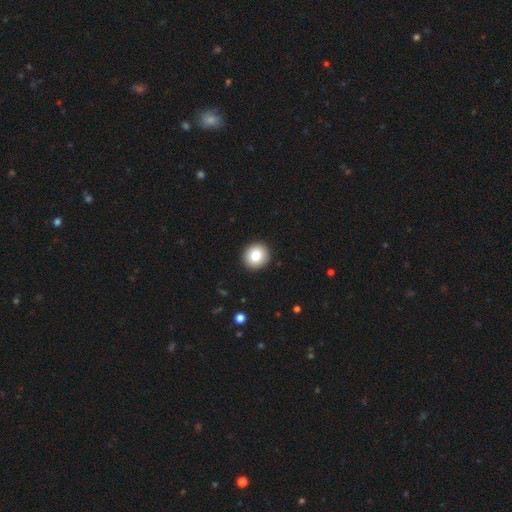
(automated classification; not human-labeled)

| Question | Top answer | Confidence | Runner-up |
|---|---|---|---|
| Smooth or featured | smooth | 81% | featured or disk (10%) |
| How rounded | round | 90% | in between (9%) |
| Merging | none | 93% | minor disturbance (5%) |